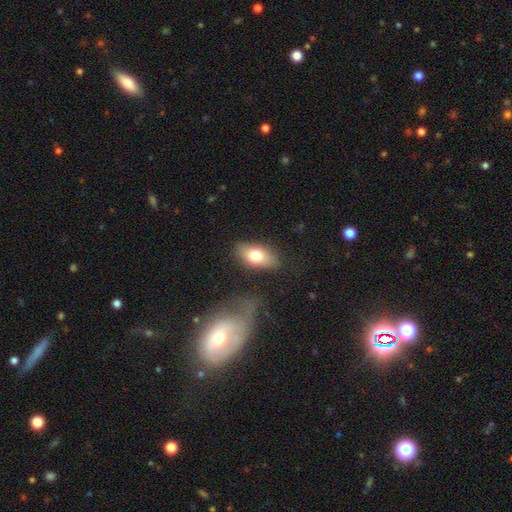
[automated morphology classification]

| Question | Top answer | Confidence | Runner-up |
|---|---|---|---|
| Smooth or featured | smooth | 74% | featured or disk (19%) |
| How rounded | in between | 88% | round (6%) |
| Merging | none | 81% | minor disturbance (13%) |